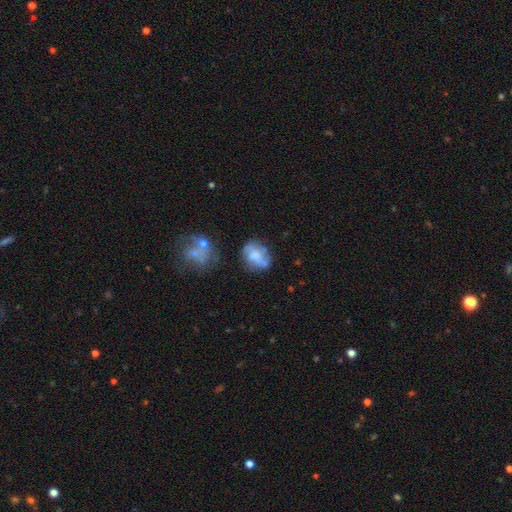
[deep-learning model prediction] The model was most divided on "smooth or featured": smooth: 46%, featured or disk: 45%, star or artifact: 9%. Remaining: merging — none (50%).